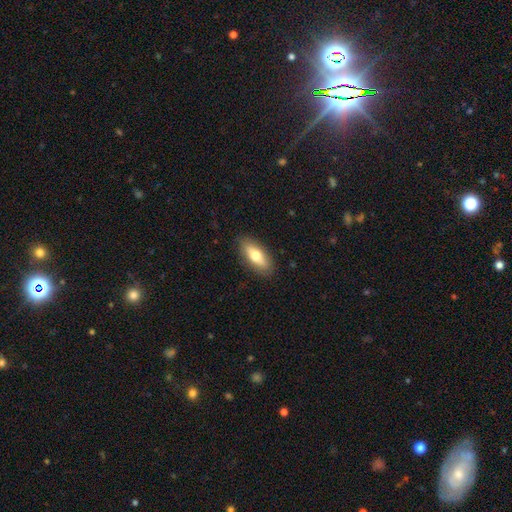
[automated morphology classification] A smooth galaxy with no disk features (68%) that is in between round and cigar-shaped (74%).

Vote fractions:
- Smooth or featured? smooth: 68% / featured or disk: 26% / star or artifact: 6%
- How rounded? in between: 74% / cigar-shaped: 23% / round: 3%
- Merging? none: 87% / minor disturbance: 10% / major disturbance: 2% / merger: 1%